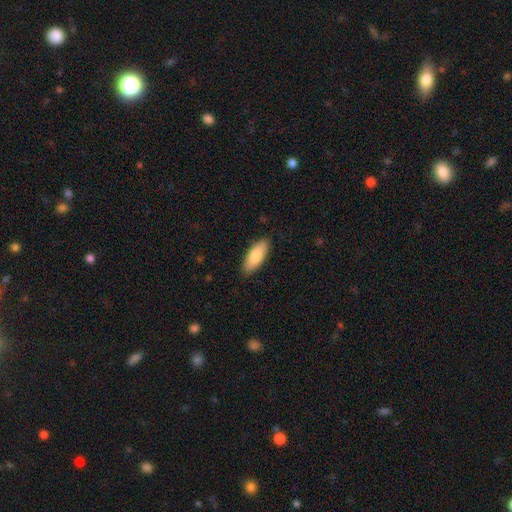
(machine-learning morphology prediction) A smooth galaxy with no disk features (82%) that is in between round and cigar-shaped (77%).

Vote fractions:
- Smooth or featured? smooth: 82% / featured or disk: 13% / star or artifact: 5%
- How rounded? in between: 77% / cigar-shaped: 21% / round: 2%
- Merging? none: 87% / minor disturbance: 10% / major disturbance: 2% / merger: 1%